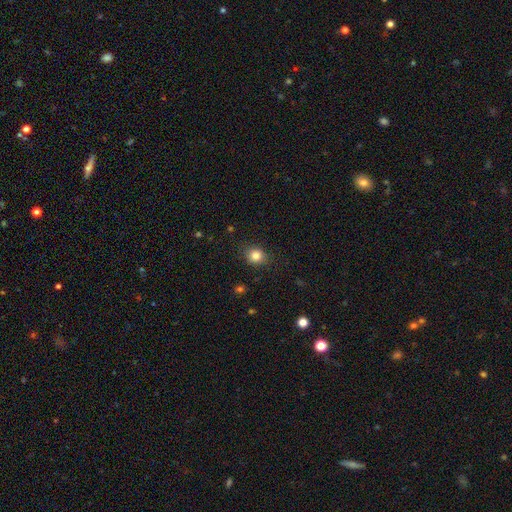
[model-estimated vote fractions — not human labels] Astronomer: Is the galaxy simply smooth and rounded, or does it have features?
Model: smooth — 83%.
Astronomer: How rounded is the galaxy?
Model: round — 76%.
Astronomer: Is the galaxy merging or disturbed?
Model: none — 87%.